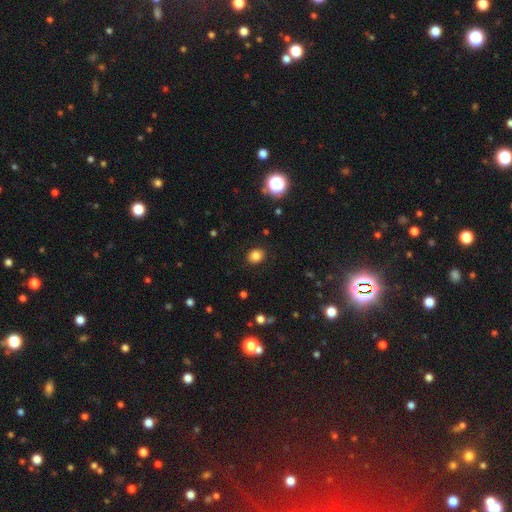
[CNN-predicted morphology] This appears to be a smooth galaxy with no disk features (83%) that is round (63%). Merging: none (89%).